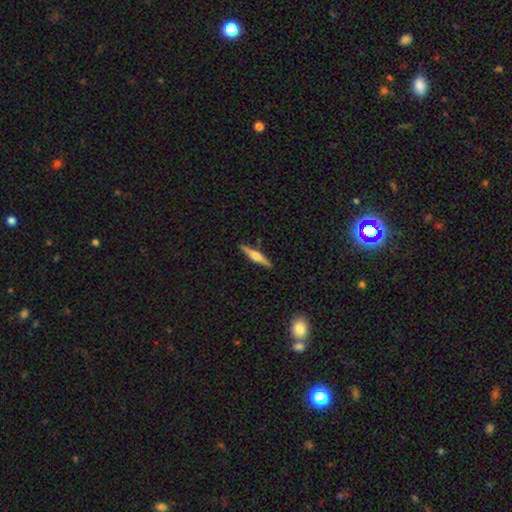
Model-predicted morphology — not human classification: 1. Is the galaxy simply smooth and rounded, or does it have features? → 70% featured or disk, 25% smooth, 5% star or artifact.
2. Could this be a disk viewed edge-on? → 98% yes, 2% no.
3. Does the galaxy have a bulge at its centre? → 94% rounded, 4% boxy, 2% none.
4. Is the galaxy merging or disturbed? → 91% none, 6% minor disturbance, 1% major disturbance, 1% merger.